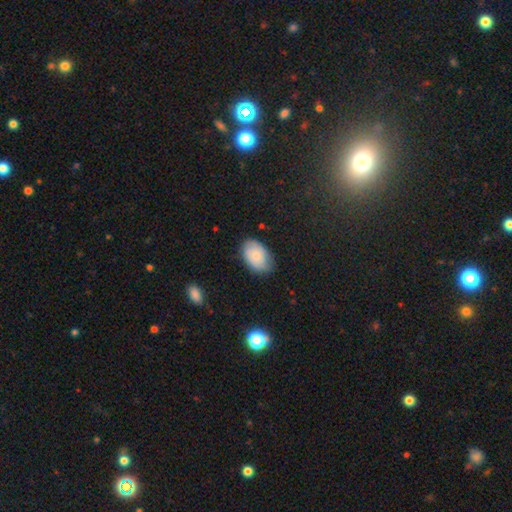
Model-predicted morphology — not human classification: Smooth or featured?
  - smooth: 76% *
  - featured or disk: 17%
  - star or artifact: 7%
How rounded?
  - in between: 91% *
  - round: 8%
  - cigar-shaped: 1%
Merging?
  - none: 78% *
  - minor disturbance: 17%
  - major disturbance: 3%
  - merger: 1%